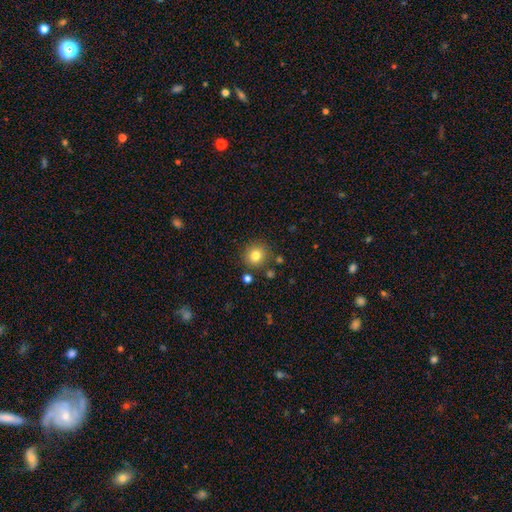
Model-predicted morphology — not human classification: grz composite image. It shows a smooth galaxy with no disk features (81%) that is round (88%). Merging: none (85%).